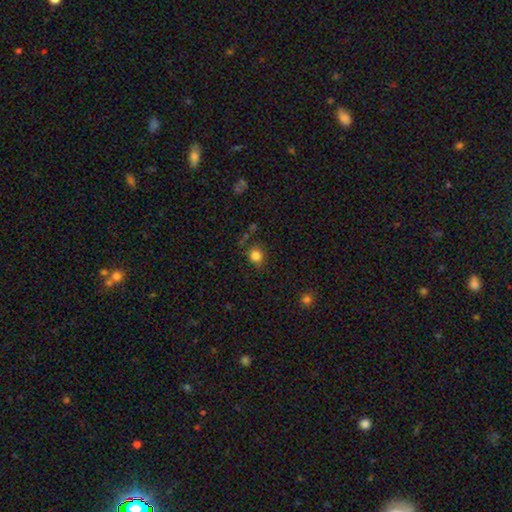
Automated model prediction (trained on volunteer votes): smooth-or-featured: smooth: 84% | star or artifact: 12% | featured or disk: 4%
  how-rounded: round: 84% | in between: 15% | cigar-shaped: 1%
  merging: none: 78% | minor disturbance: 14% | major disturbance: 4% | merger: 3%